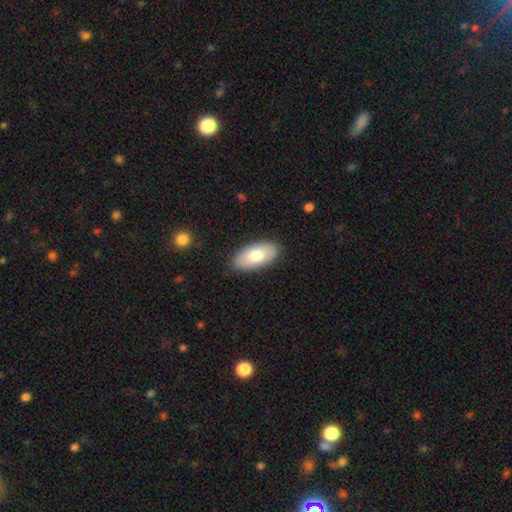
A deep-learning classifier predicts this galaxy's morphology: This is likely a smooth galaxy (71%). How rounded: clearly in between (93%). Merging: clearly none (86%).